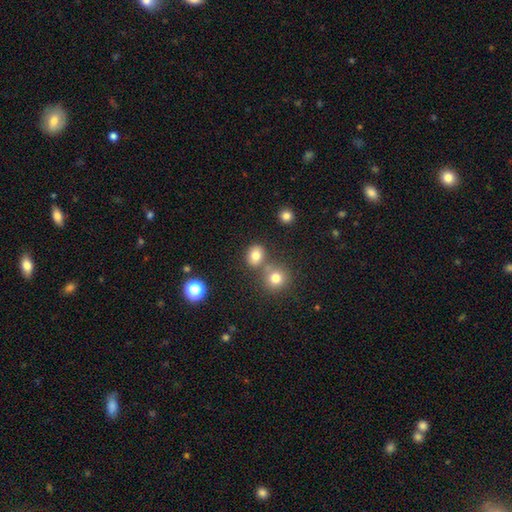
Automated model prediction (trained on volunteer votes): A smooth galaxy with no disk features (78%) that is round (57%). Merging: none (68%).